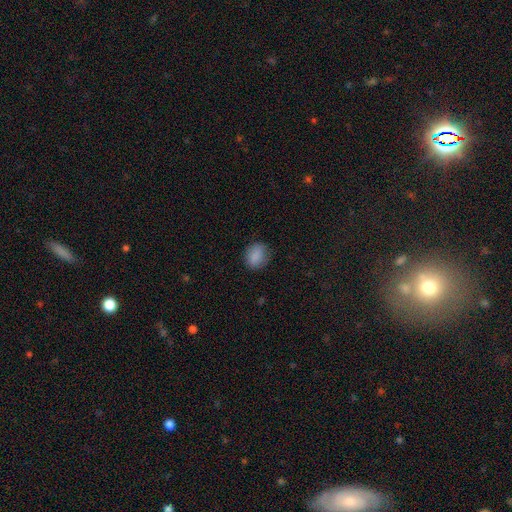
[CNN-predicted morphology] smooth-or-featured: smooth: 86% | star or artifact: 8% | featured or disk: 5%
  how-rounded: round: 54% | in between: 44% | cigar-shaped: 1%
  merging: none: 78% | minor disturbance: 17% | major disturbance: 5% | merger: 1%